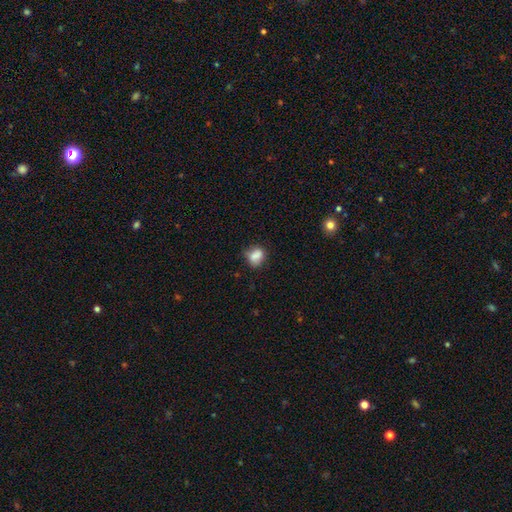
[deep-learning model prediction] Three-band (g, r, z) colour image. It shows a smooth galaxy with no disk features (80%) that is round (50%). Merging: none (55%).